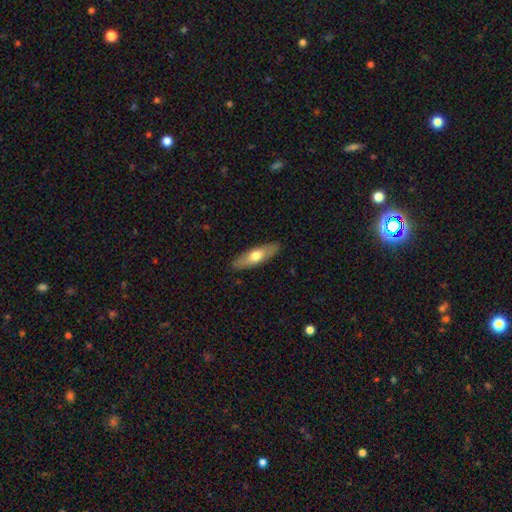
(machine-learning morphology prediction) Overall: smooth (60%; featured or disk 35%). How rounded: cigar-shaped (52%; in between 45%). Merging: none (88%).